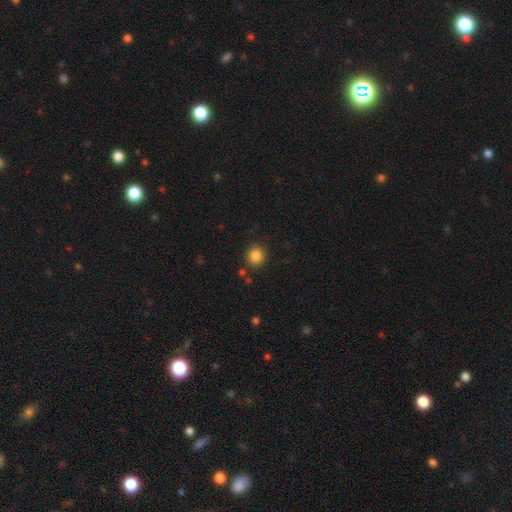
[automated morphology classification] smooth 85%, star or artifact 10%, featured or disk 5%. Down the decision tree: how rounded — round (84%); merging — none (85%).